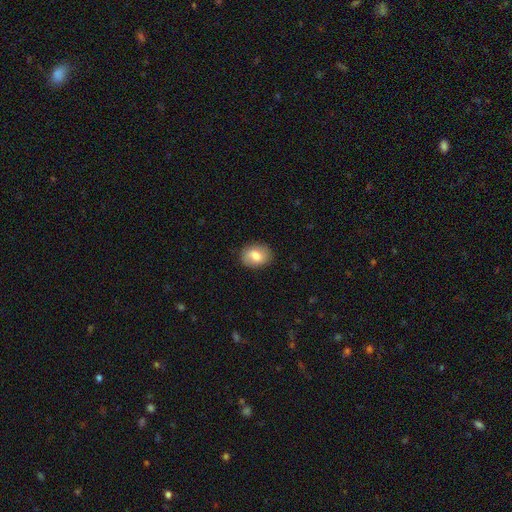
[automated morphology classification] smooth 73%, featured or disk 20%, star or artifact 8%. Down the decision tree: how rounded — in between (56%); merging — none (85%).